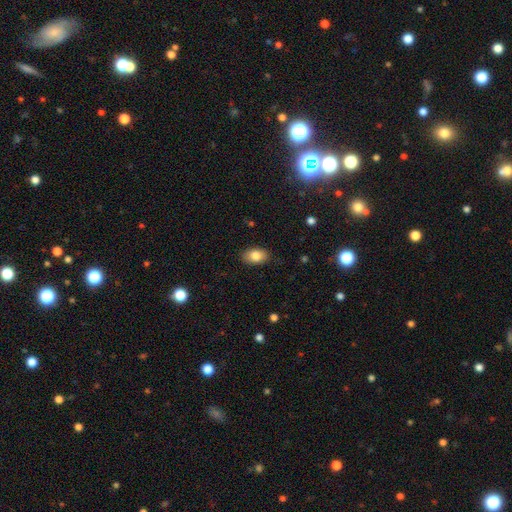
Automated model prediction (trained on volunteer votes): Overall: smooth (83%). How rounded: in between (90%). Merging: none (86%).